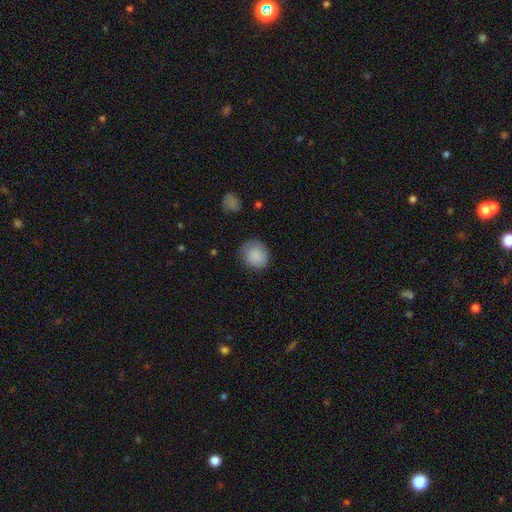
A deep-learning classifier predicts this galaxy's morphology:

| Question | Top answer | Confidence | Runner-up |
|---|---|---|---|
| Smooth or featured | smooth | 87% | star or artifact (7%) |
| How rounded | round | 79% | in between (20%) |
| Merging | none | 74% | minor disturbance (20%) |